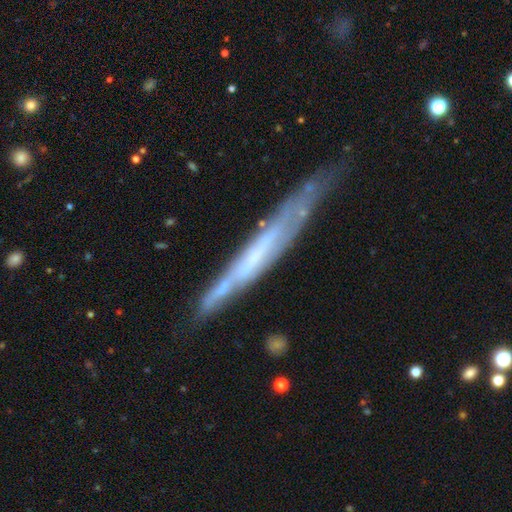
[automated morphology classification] Overall: featured or disk (69%). Edge-on disk: yes (84%). Edge-on bulge: none (79%). Merging: none (66%).